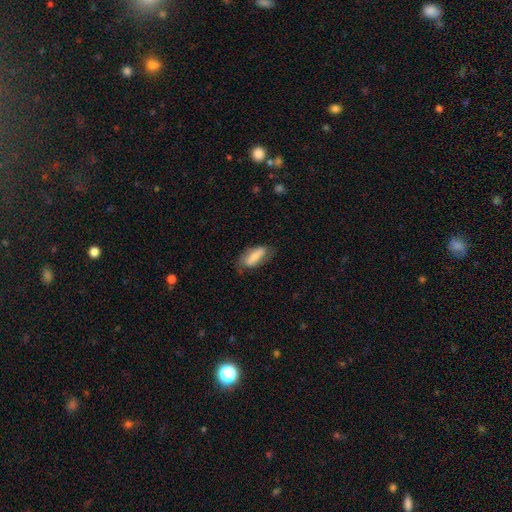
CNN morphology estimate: This is likely a smooth galaxy (61%). How rounded: likely in between (76%). Merging: likely none (69%).